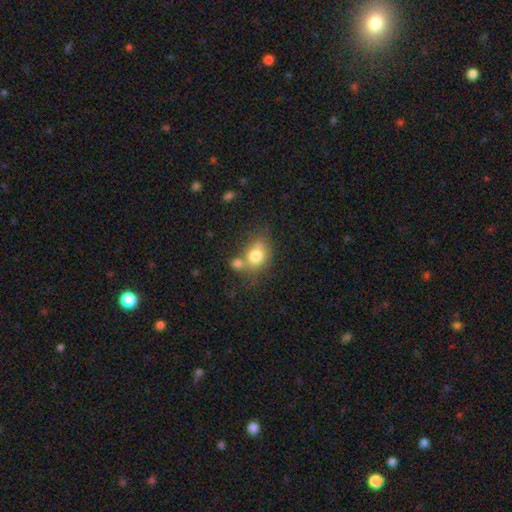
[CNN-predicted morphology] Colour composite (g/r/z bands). It shows a smooth galaxy with no disk features (76%) that is round (51%). Merging: none (42%).